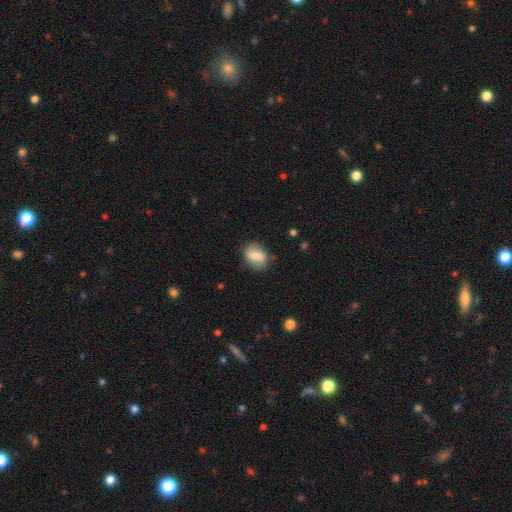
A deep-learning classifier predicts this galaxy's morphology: A smooth galaxy with no disk features (68%) that is in between round and cigar-shaped (67%).

Vote fractions:
- Smooth or featured? smooth: 68% / featured or disk: 25% / star or artifact: 7%
- How rounded? in between: 67% / round: 31% / cigar-shaped: 2%
- Merging? none: 80% / minor disturbance: 15% / major disturbance: 4% / merger: 1%